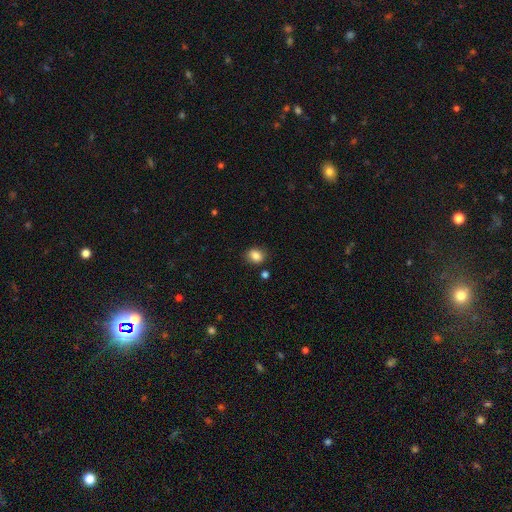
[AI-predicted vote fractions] A smooth galaxy with no disk features (85%) that is in between round and cigar-shaped (50%).

Vote fractions:
- Smooth or featured? smooth: 85% / star or artifact: 10% / featured or disk: 5%
- How rounded? in between: 50% / round: 49% / cigar-shaped: 1%
- Merging? none: 84% / minor disturbance: 10% / merger: 3% / major disturbance: 3%